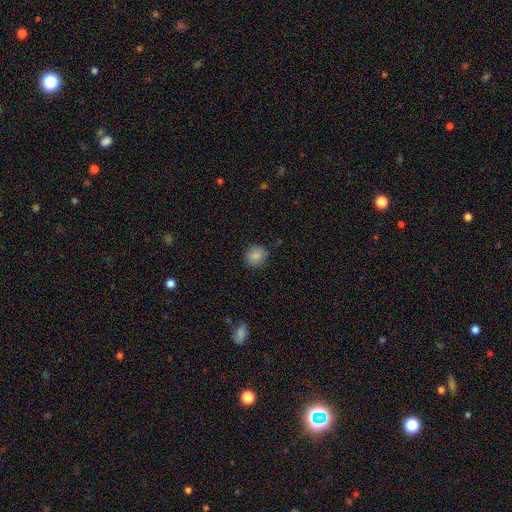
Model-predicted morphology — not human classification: This appears to be a smooth galaxy with no disk features (86%) that is round (90%). Merging: none (85%).